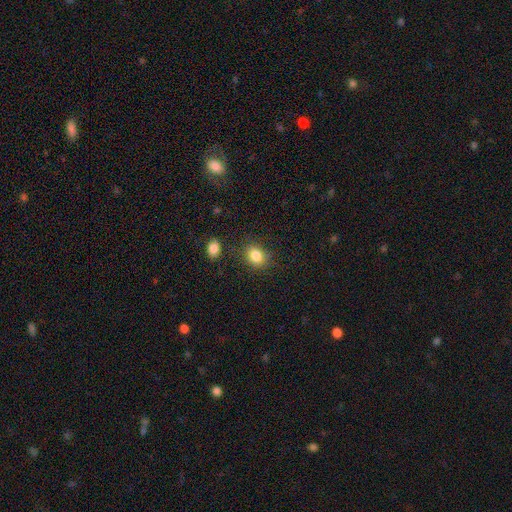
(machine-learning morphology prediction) This appears to be a smooth galaxy with no disk features (84%) that is in between round and cigar-shaped (53%). Merging: none (81%).